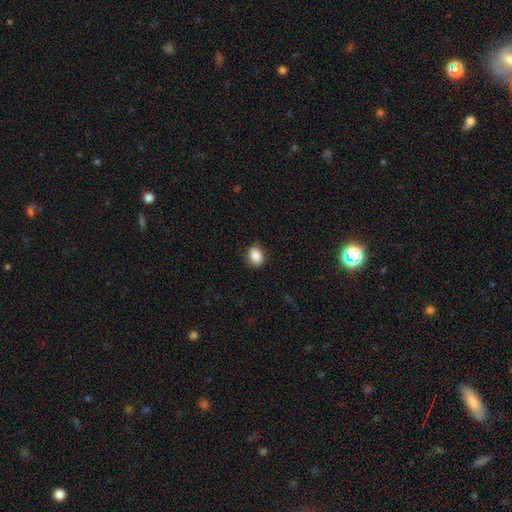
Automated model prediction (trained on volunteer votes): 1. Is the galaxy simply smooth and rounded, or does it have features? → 87% smooth, 9% star or artifact, 4% featured or disk.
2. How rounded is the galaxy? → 51% round, 48% in between, 1% cigar-shaped.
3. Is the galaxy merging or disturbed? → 84% none, 13% minor disturbance, 3% major disturbance, 1% merger.